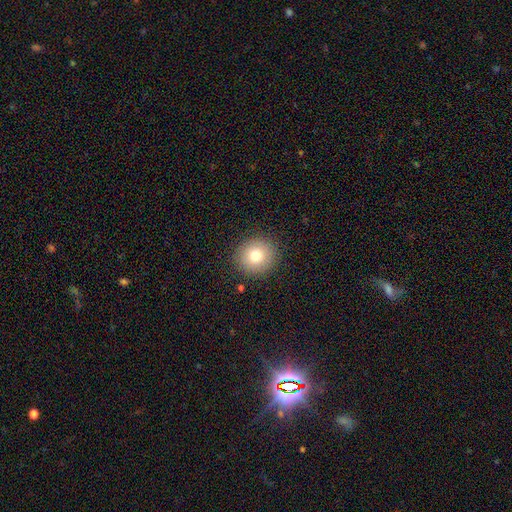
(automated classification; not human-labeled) Smooth or featured: smooth — 77% (featured or disk — 12%)
How rounded: round — 91% (in between — 8%)
Merging: none — 89% (minor disturbance — 7%)